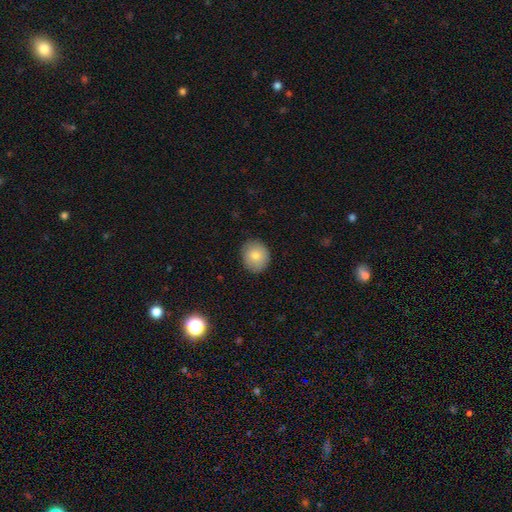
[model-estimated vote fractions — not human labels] Q: Smooth or featured?
A: smooth (85%); runner-up: featured or disk (8%)
Q: How rounded?
A: round (72%); runner-up: in between (27%)
Q: Merging?
A: none (87%); runner-up: minor disturbance (10%)